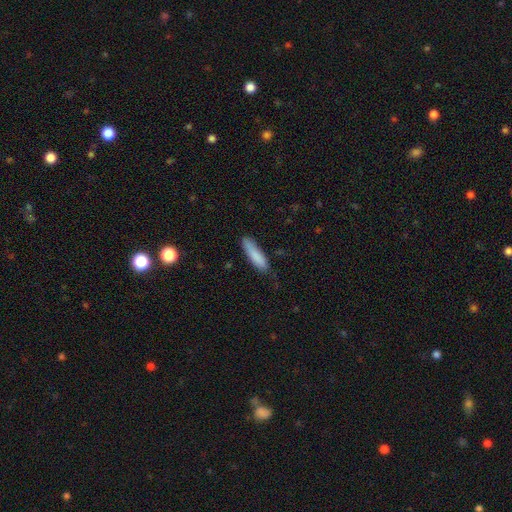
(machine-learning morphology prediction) Smooth or featured? Predicted: smooth (p=0.84). How rounded? Predicted: cigar-shaped (p=0.70). Merging? Predicted: none (p=0.70).